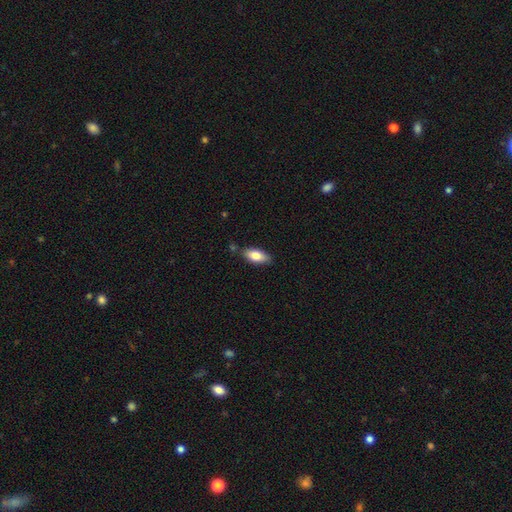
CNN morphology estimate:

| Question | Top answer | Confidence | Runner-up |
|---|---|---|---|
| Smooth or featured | smooth | 78% | featured or disk (15%) |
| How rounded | in between | 86% | cigar-shaped (11%) |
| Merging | none | 78% | minor disturbance (15%) |